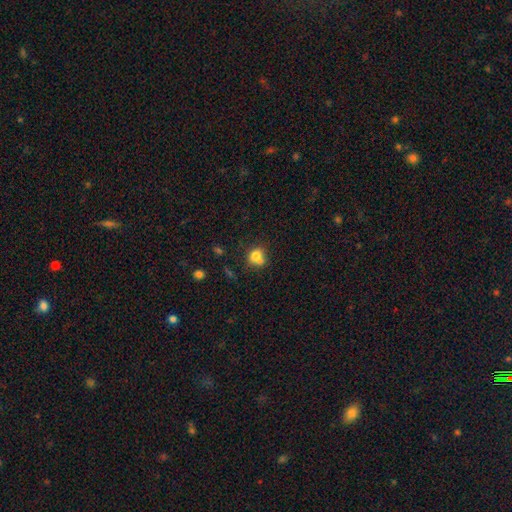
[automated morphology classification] Overall: smooth (74%). How rounded: round (68%; in between 31%). Merging: none (40%; merger 37%).